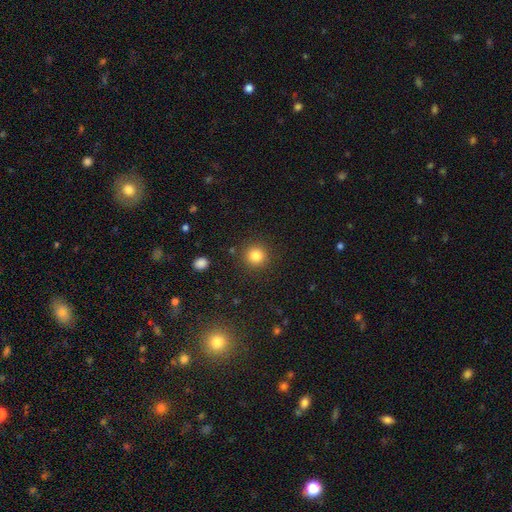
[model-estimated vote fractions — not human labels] Q: Smooth or featured?
A: smooth (84%); runner-up: star or artifact (11%)
Q: How rounded?
A: round (93%); runner-up: in between (6%)
Q: Merging?
A: none (89%); runner-up: minor disturbance (6%)